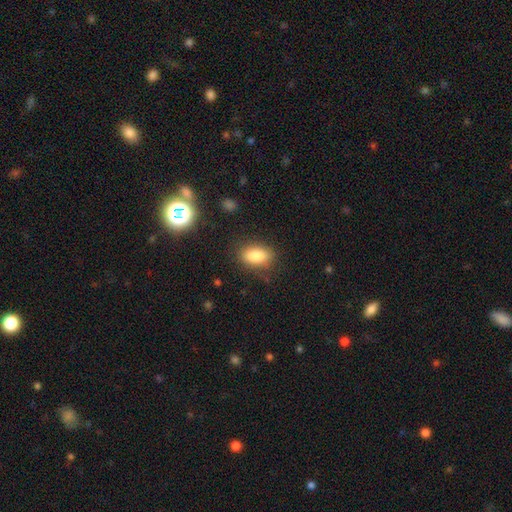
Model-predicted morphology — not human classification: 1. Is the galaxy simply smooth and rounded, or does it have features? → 84% smooth, 9% star or artifact, 7% featured or disk.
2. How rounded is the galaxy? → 88% in between, 8% round, 4% cigar-shaped.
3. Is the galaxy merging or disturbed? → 82% none, 12% minor disturbance, 4% major disturbance, 2% merger.